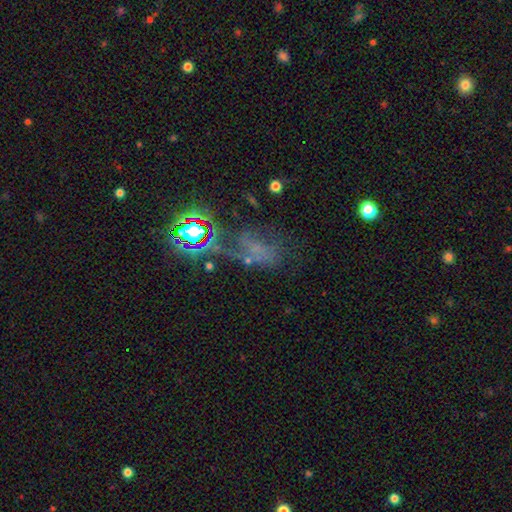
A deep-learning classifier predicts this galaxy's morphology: Smooth or featured: star or artifact — 51% (featured or disk — 29%)